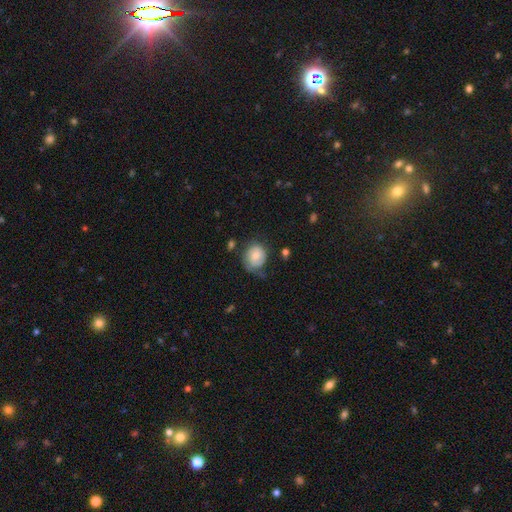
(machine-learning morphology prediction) type=smooth (64%); roundness=round (60%); merging=none (51%).